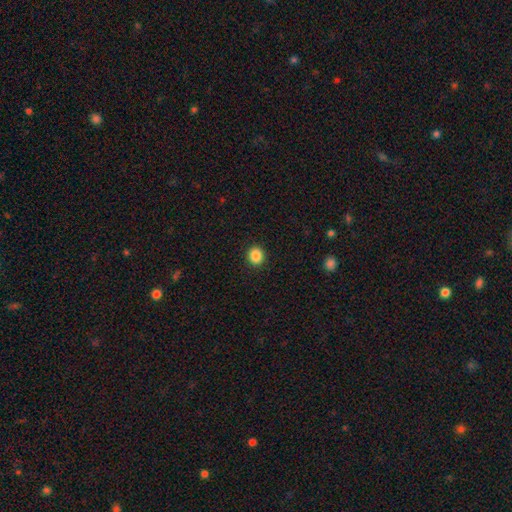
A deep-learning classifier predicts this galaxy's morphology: smooth 87%, star or artifact 9%, featured or disk 3%. Down the decision tree: how rounded — round (84%); merging — none (92%).